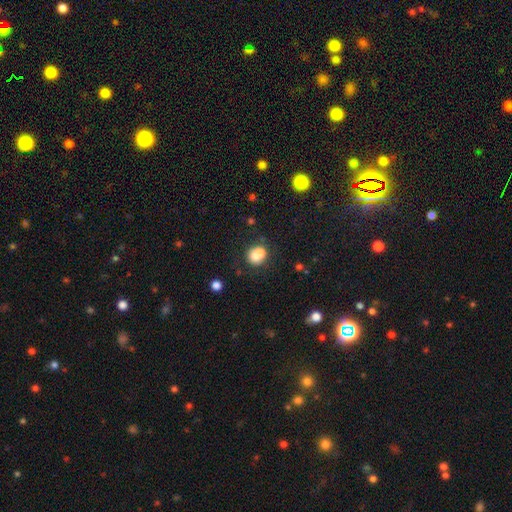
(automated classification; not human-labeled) A smooth galaxy with no disk features (75%) that is round (66%). Merging: none (43%).